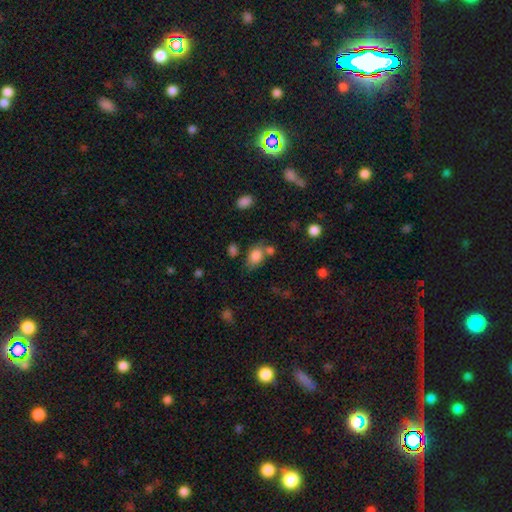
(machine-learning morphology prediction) Overall: smooth (83%). How rounded: in between (76%). Merging: none (58%; merger 19%).